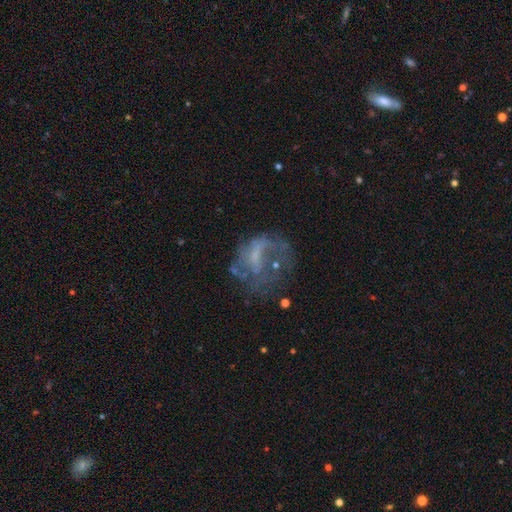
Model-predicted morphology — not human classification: Overall: featured or disk (59%; smooth 24%). Edge-on disk: no (97%). Bar: no (58%; weak 33%). Spiral arms: no (61%; yes 39%). Bulge size: none (48%; small 32%). Merging: major disturbance (41%; none 37%).